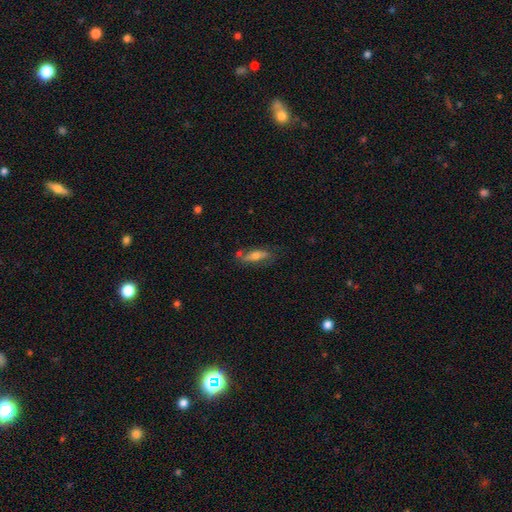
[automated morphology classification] A smooth galaxy with no disk features (53%) that is in between round and cigar-shaped (50%). Merging: none (65%).